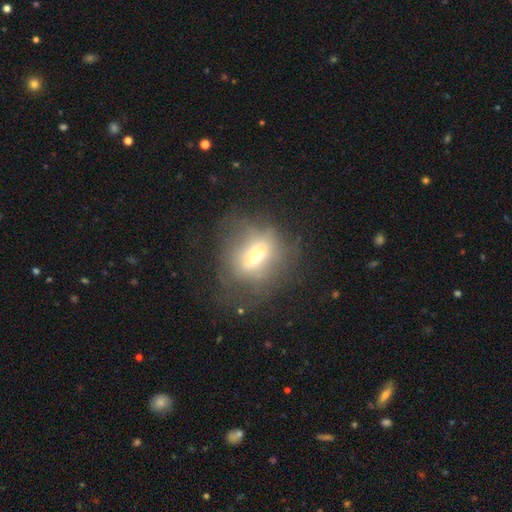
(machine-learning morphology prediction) Smooth or featured?
  - featured or disk: 43% * (tied)
  - smooth: 43% * (tied)
  - star or artifact: 14%
Merging?
  - none: 56% *
  - major disturbance: 21%
  - minor disturbance: 21%
  - merger: 2%